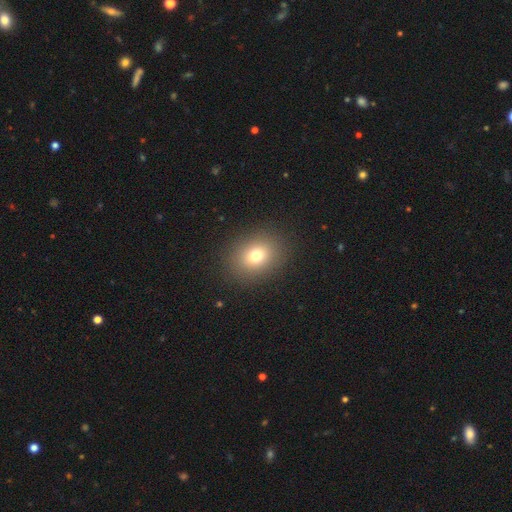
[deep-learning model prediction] Overall: smooth (75%). How rounded: round (53%; in between 46%). Merging: none (88%).